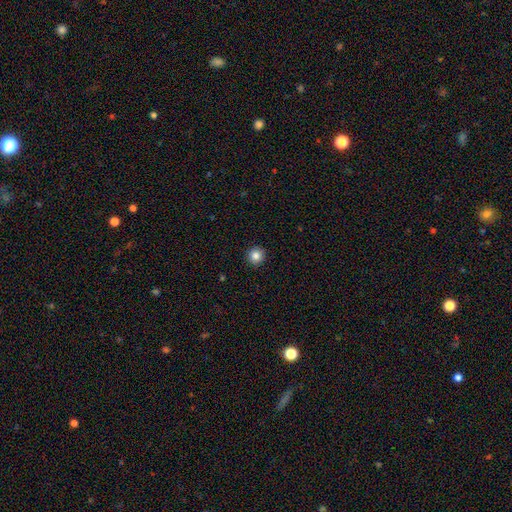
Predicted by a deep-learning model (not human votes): Smooth or featured? smooth (84%)
How rounded? round (95%)
Merging? none (93%)